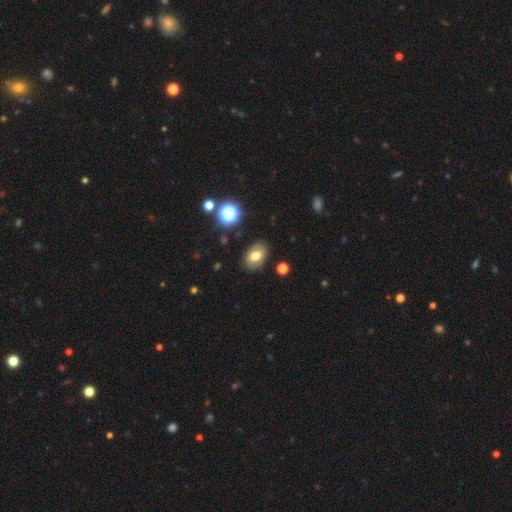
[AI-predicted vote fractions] Overall: smooth (70%). How rounded: in between (81%). Merging: none (83%).